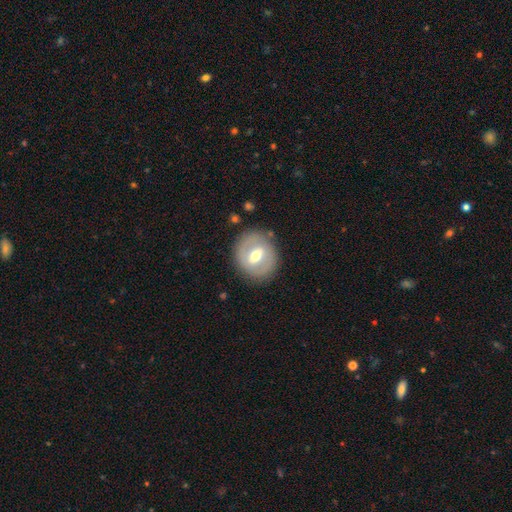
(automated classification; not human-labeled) This appears to be a featured or disk galaxy (58%) with a weak bar (48%), no spiral arms (63%) and a moderate central bulge (73%). Merging: none (82%).